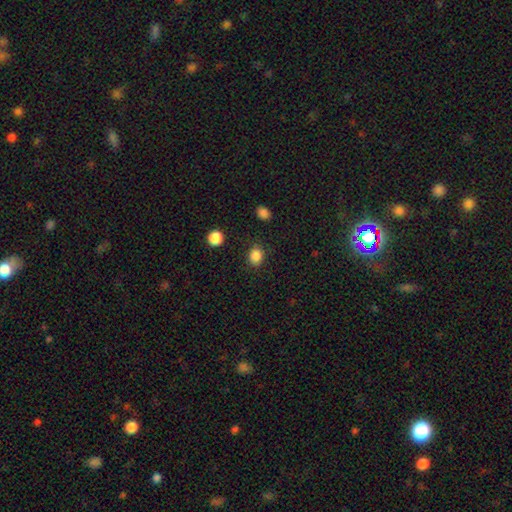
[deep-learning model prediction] Smooth or featured? smooth (86%)
How rounded? round (53%)
Merging? none (85%)